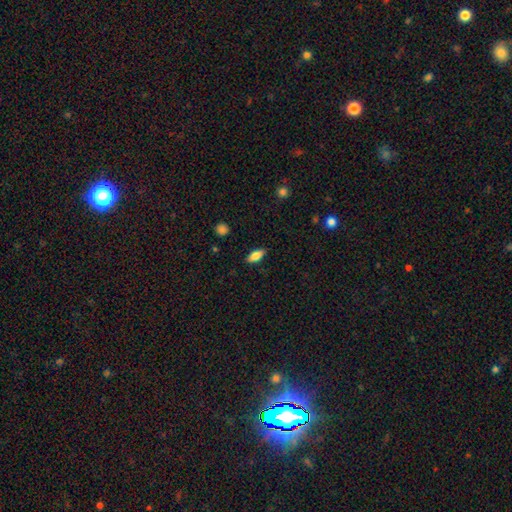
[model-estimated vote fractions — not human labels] Smooth or featured: smooth — 79% (featured or disk — 13%)
How rounded: in between — 83% (cigar-shaped — 14%)
Merging: none — 87% (minor disturbance — 10%)